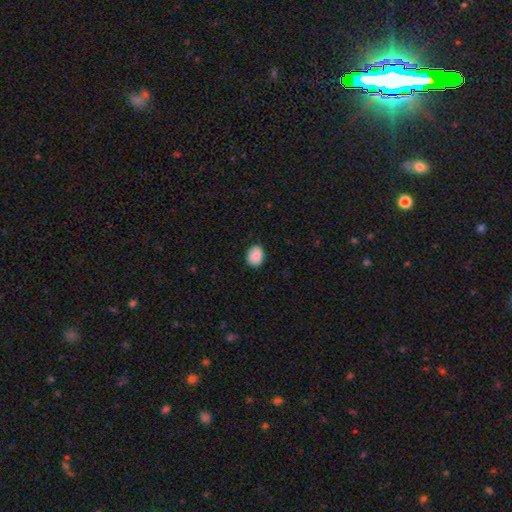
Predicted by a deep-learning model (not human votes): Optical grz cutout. It shows a smooth galaxy with no disk features (89%) that is in between round and cigar-shaped (60%). Merging: none (87%).